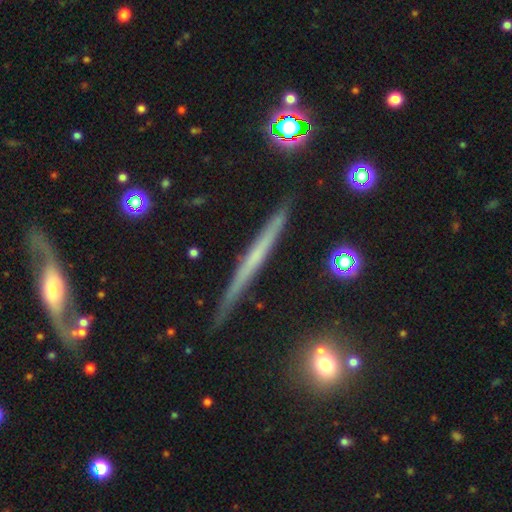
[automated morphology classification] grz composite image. It shows a featured or disk galaxy (58%) viewed edge-on (97%) with no central bulge (87%). Merging: none (89%).